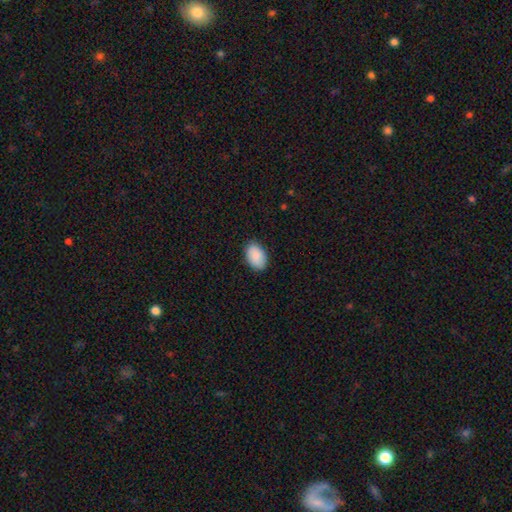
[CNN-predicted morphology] A smooth galaxy with no disk features (91%) that is in between round and cigar-shaped (89%). Merging: none (87%).